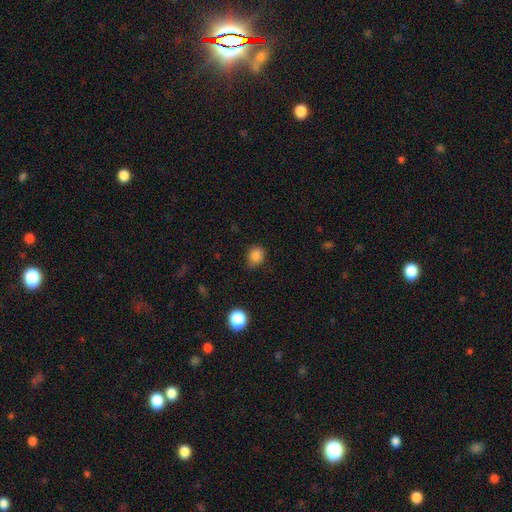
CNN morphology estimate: A smooth galaxy with no disk features (84%) that is round (56%). Merging: none (72%).